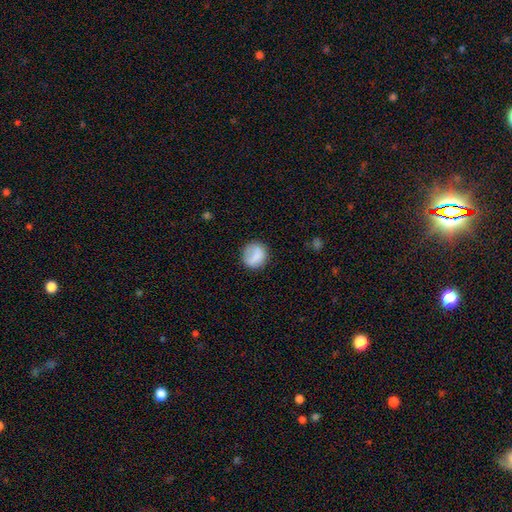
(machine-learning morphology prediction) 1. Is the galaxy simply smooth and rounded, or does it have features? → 80% smooth, 12% featured or disk, 8% star or artifact.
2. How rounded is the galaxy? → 85% round, 14% in between, 1% cigar-shaped.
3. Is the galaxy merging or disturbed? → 74% none, 16% minor disturbance, 7% major disturbance, 2% merger.